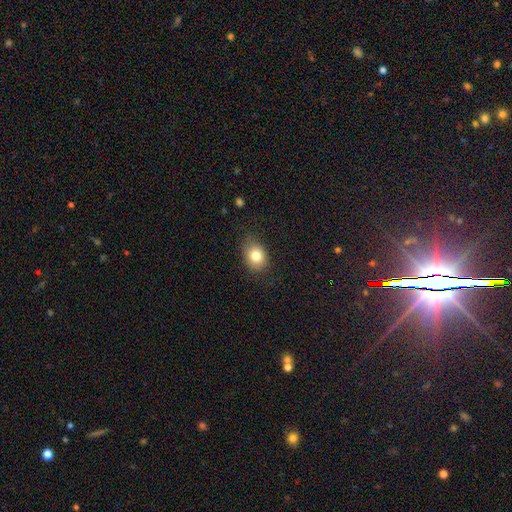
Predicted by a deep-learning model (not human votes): Smooth or featured?
  - smooth: 79% *
  - featured or disk: 11%
  - star or artifact: 10%
How rounded?
  - in between: 54% *
  - round: 45%
  - cigar-shaped: 1%
Merging?
  - none: 80% *
  - minor disturbance: 15%
  - major disturbance: 4%
  - merger: 1%